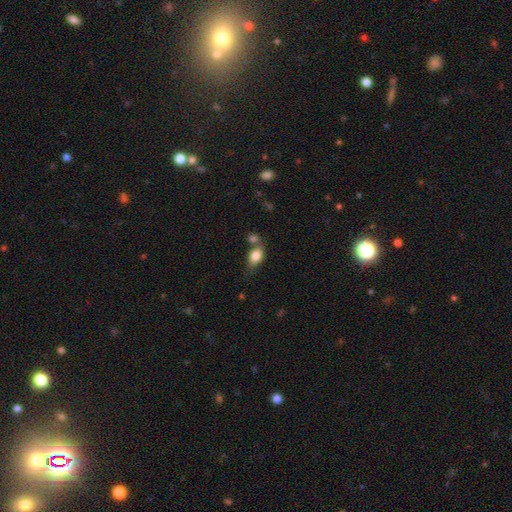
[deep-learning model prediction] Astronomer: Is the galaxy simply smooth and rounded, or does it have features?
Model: smooth — 82%.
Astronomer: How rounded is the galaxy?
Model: in between — 82%.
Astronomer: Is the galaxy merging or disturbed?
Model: none — 44% (runner-up: merger, 29%).